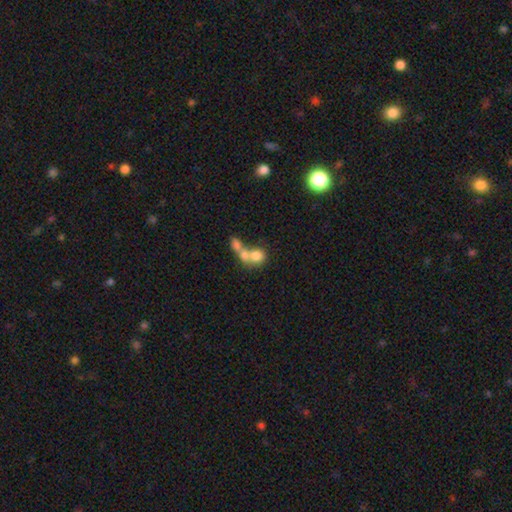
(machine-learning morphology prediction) smooth_or_featured: smooth (p=0.67) [alt: featured or disk p=0.23]
how_rounded: round (p=0.69) [alt: in between p=0.29]
merging: merger (p=0.68) [alt: none p=0.21]